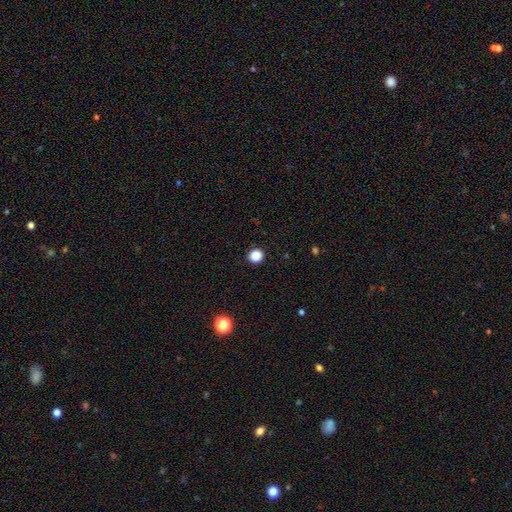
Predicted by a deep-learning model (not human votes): A smooth galaxy with no disk features (86%) that is round (93%).

Vote fractions:
- Smooth or featured? smooth: 86% / star or artifact: 11% / featured or disk: 2%
- How rounded? round: 93% / in between: 6% / cigar-shaped: 1%
- Merging? none: 93% / minor disturbance: 4% / major disturbance: 2% / merger: 1%